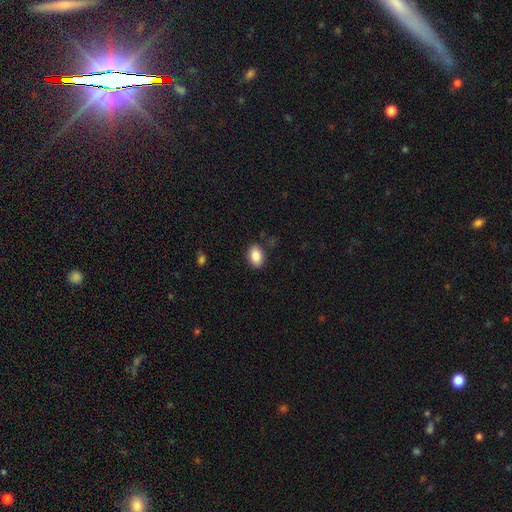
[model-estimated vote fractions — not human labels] This is clearly a smooth galaxy (88%). How rounded: clearly in between (85%). Merging: clearly none (85%).